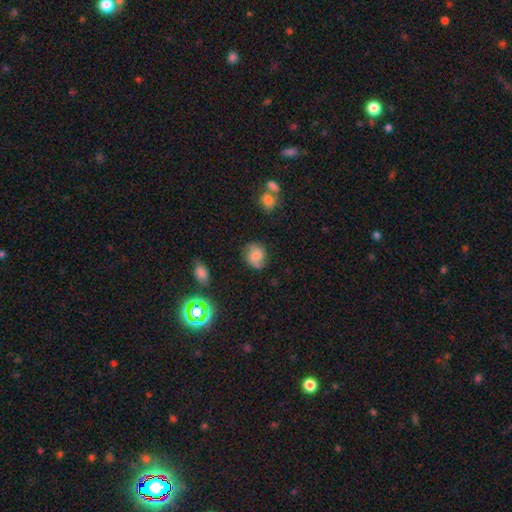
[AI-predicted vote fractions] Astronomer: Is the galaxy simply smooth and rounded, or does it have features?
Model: smooth — 56% (runner-up: featured or disk, 33%).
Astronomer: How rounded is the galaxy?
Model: round — 65%.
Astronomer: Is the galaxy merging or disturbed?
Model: none — 66%.